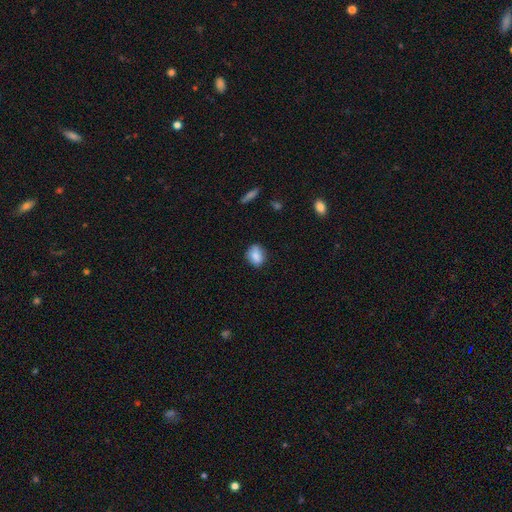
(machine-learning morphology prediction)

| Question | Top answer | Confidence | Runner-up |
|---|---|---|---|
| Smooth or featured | smooth | 83% | featured or disk (9%) |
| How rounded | in between | 53% | round (45%) |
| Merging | none | 76% | minor disturbance (19%) |